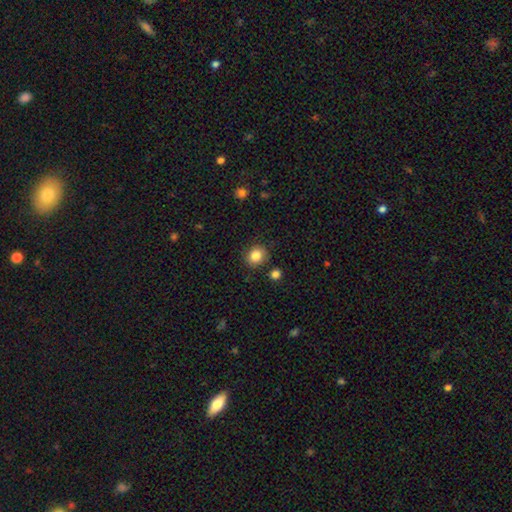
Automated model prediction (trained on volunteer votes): Morphology: type=smooth (84%); roundness=round (79%); merging=none (85%).